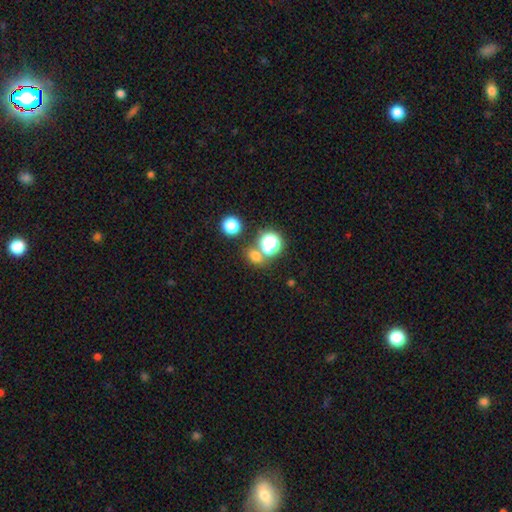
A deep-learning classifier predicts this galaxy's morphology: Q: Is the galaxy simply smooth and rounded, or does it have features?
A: smooth — 66%.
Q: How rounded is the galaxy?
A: round — 54%.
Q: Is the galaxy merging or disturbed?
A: none — 62%.